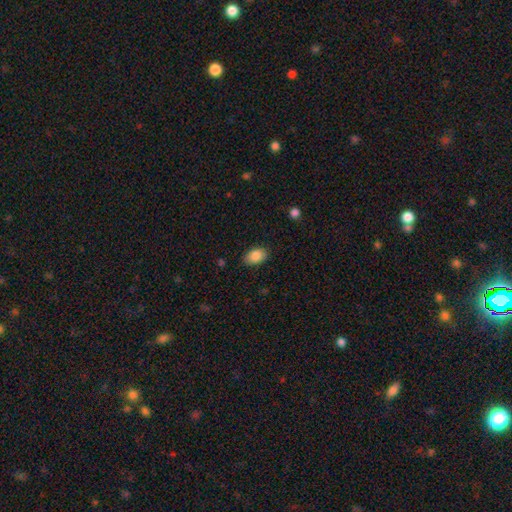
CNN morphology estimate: type=smooth (87%); roundness=in between (86%); merging=none (83%).